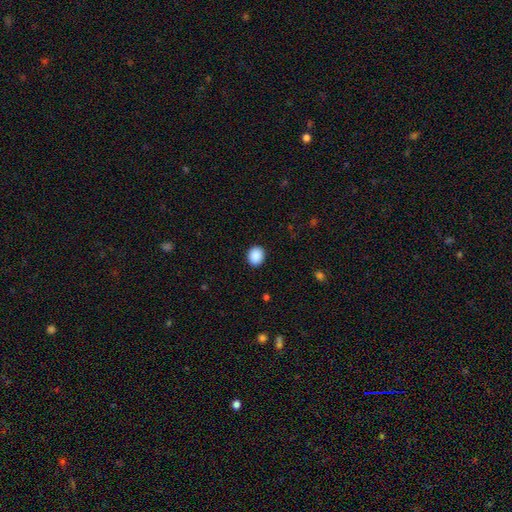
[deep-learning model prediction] This is clearly a smooth galaxy (90%). How rounded: likely round (67%). Merging: clearly none (91%).